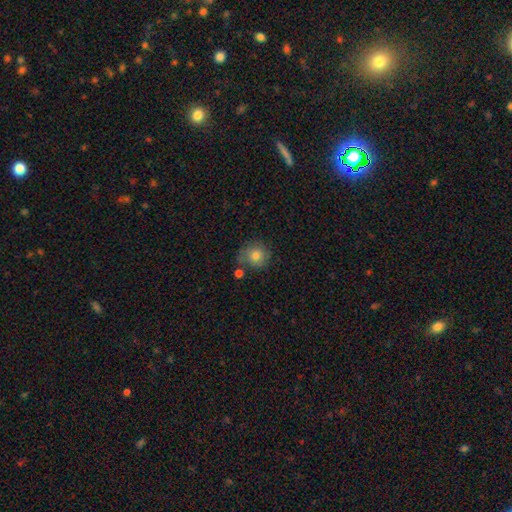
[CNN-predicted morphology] smooth-or-featured: smooth: 79% | featured or disk: 11% | star or artifact: 10%
  how-rounded: round: 82% | in between: 17% | cigar-shaped: 1%
  merging: none: 67% | minor disturbance: 18% | merger: 10% | major disturbance: 5%